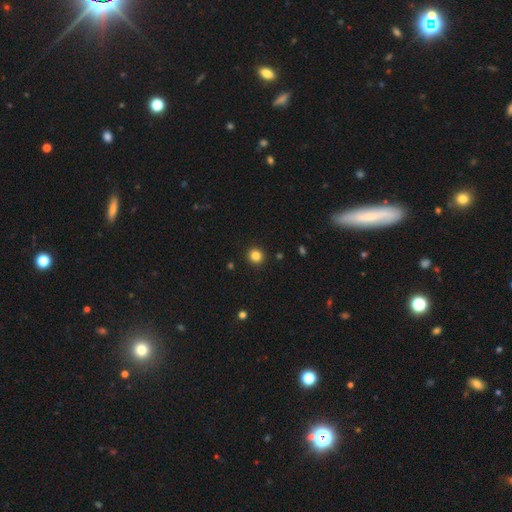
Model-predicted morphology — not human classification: Smooth or featured? Predicted: smooth (p=0.84). How rounded? Predicted: round (p=0.92). Merging? Predicted: none (p=0.92).